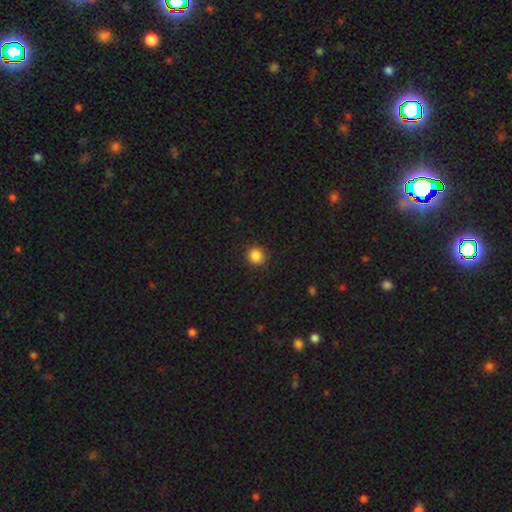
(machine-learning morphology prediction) Overall: smooth (86%). How rounded: round (91%). Merging: none (90%).